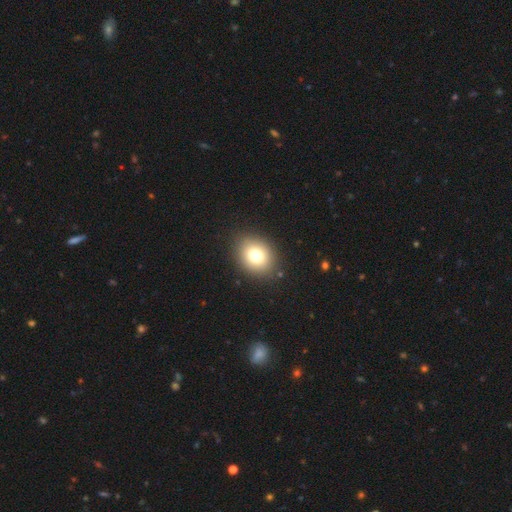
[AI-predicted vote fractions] This appears to be a smooth galaxy with no disk features (77%) that is in between round and cigar-shaped (53%). Merging: none (87%).